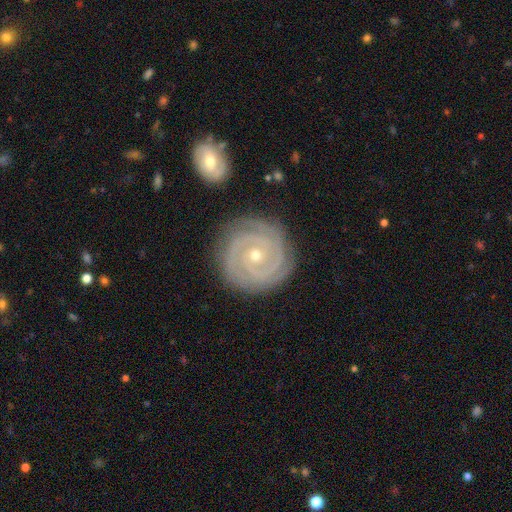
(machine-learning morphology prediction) The model was most divided on "spiral arm count": 2: 45%, 3: 26%, can't tell: 10%, 4: 9%, more than 4: 5%, 1: 5%. More confident: spiral arms — yes (98%); edge-on disk — no (98%); smooth or featured — featured or disk (91%); spiral winding — tight (88%); merging — none (84%); bar — no (72%); bulge size — small (65%).